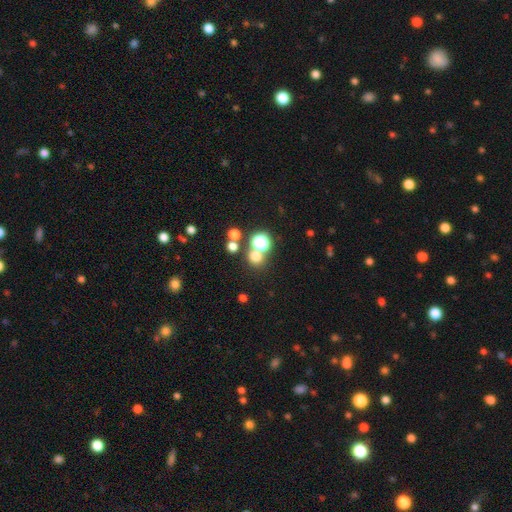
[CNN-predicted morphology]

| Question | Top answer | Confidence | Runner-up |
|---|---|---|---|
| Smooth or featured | smooth | 65% | star or artifact (26%) |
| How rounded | round | 87% | in between (12%) |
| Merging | none | 65% | merger (24%) |